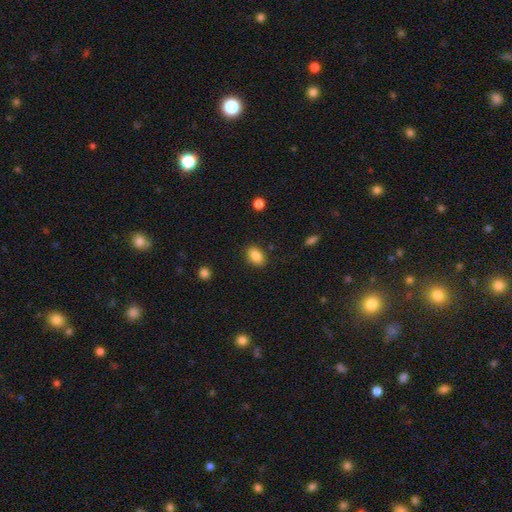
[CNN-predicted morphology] The model was most divided on "how rounded": in between: 86%, round: 12%, cigar-shaped: 2%. More confident: smooth or featured — smooth (86%); merging — none (85%).